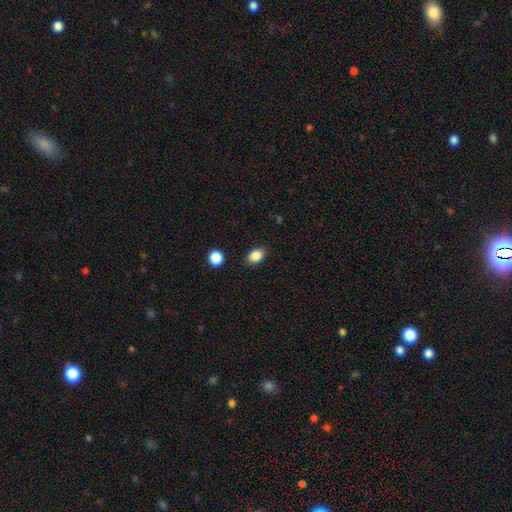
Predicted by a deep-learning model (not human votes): Q: Smooth or featured?
A: smooth (85%); runner-up: star or artifact (9%)
Q: How rounded?
A: in between (78%); runner-up: round (21%)
Q: Merging?
A: none (85%); runner-up: minor disturbance (11%)